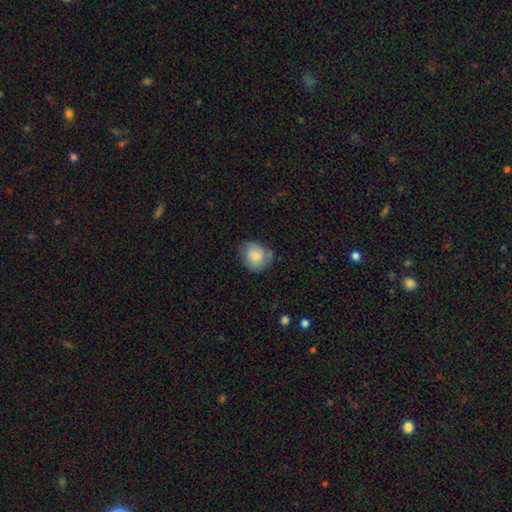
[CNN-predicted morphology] smooth-or-featured: smooth: 69% | featured or disk: 23% | star or artifact: 7%
  how-rounded: round: 70% | in between: 30% | cigar-shaped: 1%
  merging: none: 56% | minor disturbance: 32% | major disturbance: 10% | merger: 2%